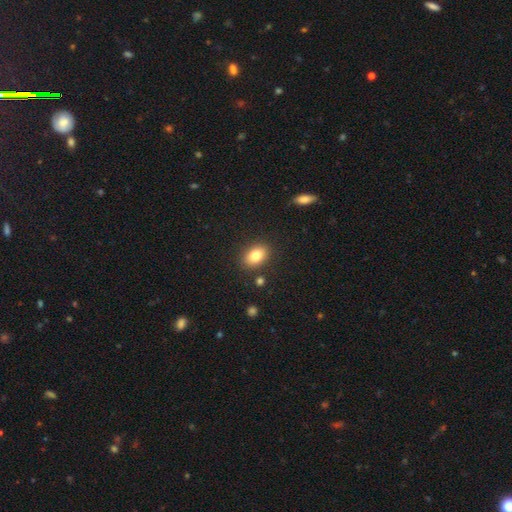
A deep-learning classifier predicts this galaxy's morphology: Smooth or featured? smooth (81%)
How rounded? in between (79%)
Merging? none (86%)